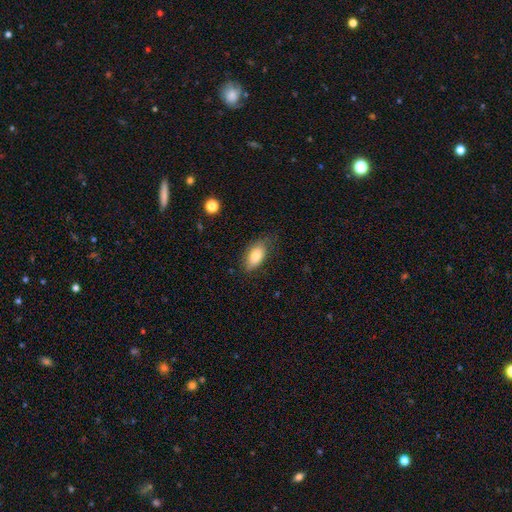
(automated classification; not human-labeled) Overall: smooth (82%). How rounded: in between (90%). Merging: none (71%).